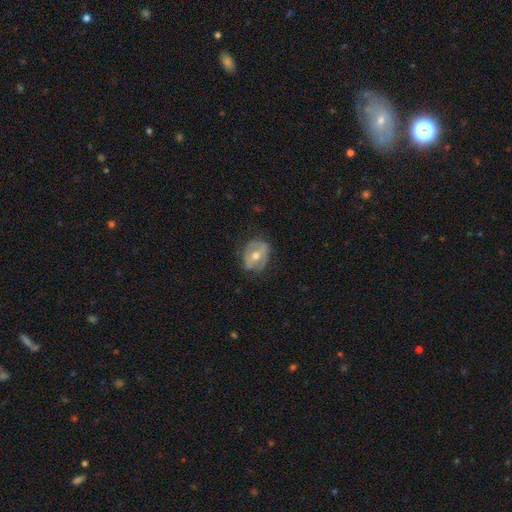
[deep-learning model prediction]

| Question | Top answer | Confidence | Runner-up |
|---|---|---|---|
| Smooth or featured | featured or disk | 54% | smooth (38%) |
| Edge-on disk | no | 94% | yes (6%) |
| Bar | no | 47% | weak (32%) |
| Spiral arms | no | 61% | yes (39%) |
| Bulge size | moderate | 74% | small (21%) |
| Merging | none | 69% | minor disturbance (23%) |